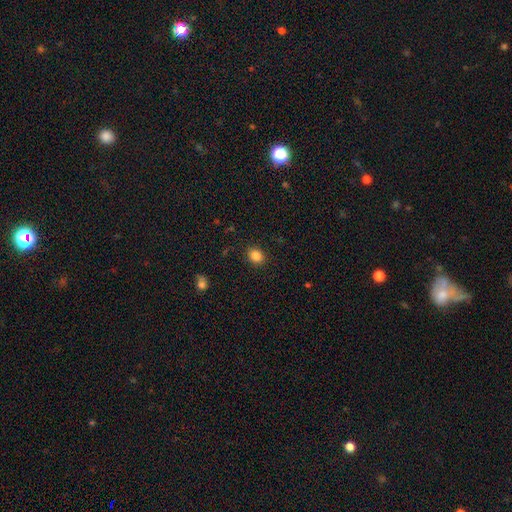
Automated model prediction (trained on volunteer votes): A smooth galaxy with no disk features (85%) that is round (62%).

Vote fractions:
- Smooth or featured? smooth: 85% / star or artifact: 11% / featured or disk: 5%
- How rounded? round: 62% / in between: 38% / cigar-shaped: 1%
- Merging? none: 90% / minor disturbance: 7% / major disturbance: 2% / merger: 1%